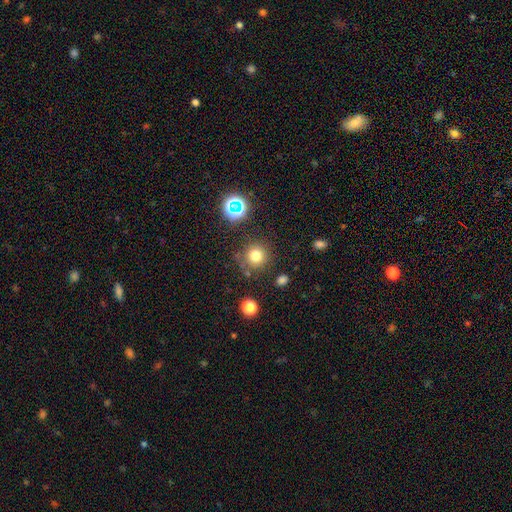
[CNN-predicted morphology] Smooth or featured: smooth — 75% (star or artifact — 17%)
How rounded: round — 94% (in between — 5%)
Merging: none — 81% (minor disturbance — 10%)